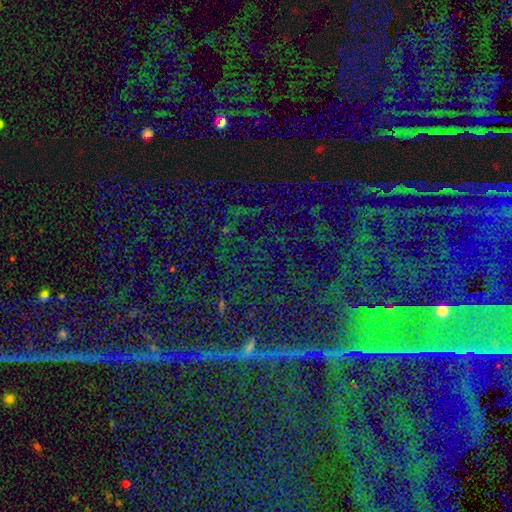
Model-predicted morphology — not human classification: Smooth or featured: star or artifact — 85% (featured or disk — 8%)